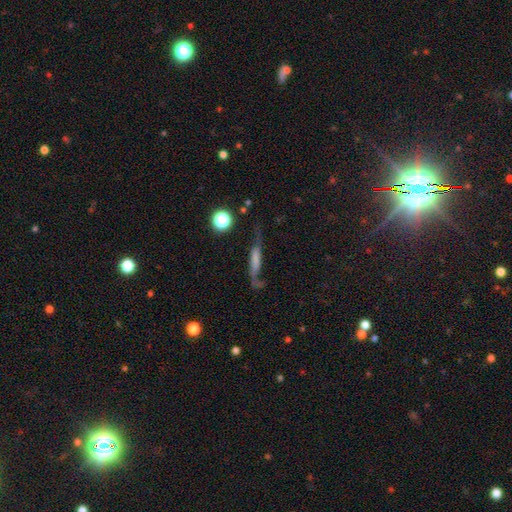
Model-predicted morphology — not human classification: Smooth or featured?
  - featured or disk: 53% *
  - smooth: 34%
  - star or artifact: 13%
Edge-on disk?
  - yes: 61% *
  - no: 39%
Merging?
  - none: 52% *
  - minor disturbance: 23%
  - major disturbance: 19%
  - merger: 6%